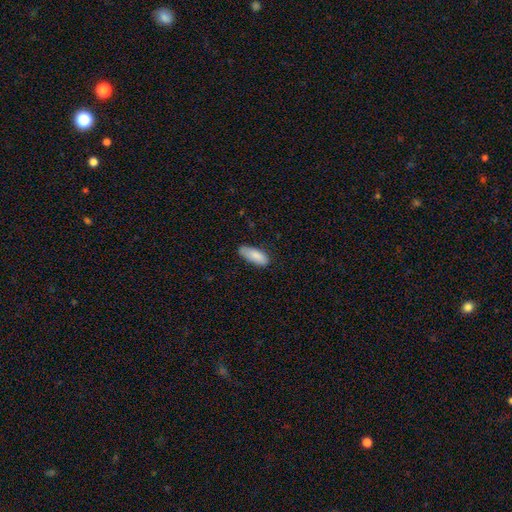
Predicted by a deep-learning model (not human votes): smooth 86%, featured or disk 7%, star or artifact 6%. Down the decision tree: how rounded — in between (76%); merging — none (71%).